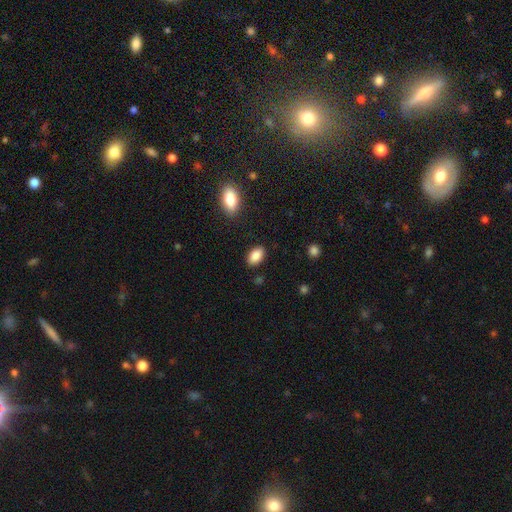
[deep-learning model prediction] smooth_or_featured: smooth (p=0.89) [alt: star or artifact p=0.07]
how_rounded: in between (p=0.91) [alt: round p=0.07]
merging: none (p=0.87) [alt: minor disturbance p=0.09]